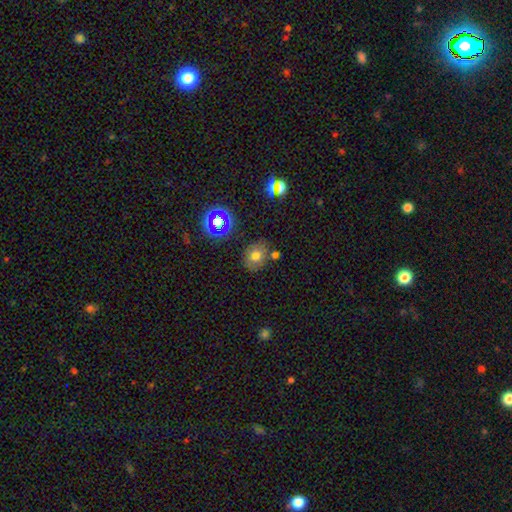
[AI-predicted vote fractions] smooth-or-featured: smooth: 68% | star or artifact: 18% | featured or disk: 14%
  how-rounded: round: 56% | in between: 43% | cigar-shaped: 1%
  merging: none: 73% | minor disturbance: 14% | merger: 9% | major disturbance: 4%